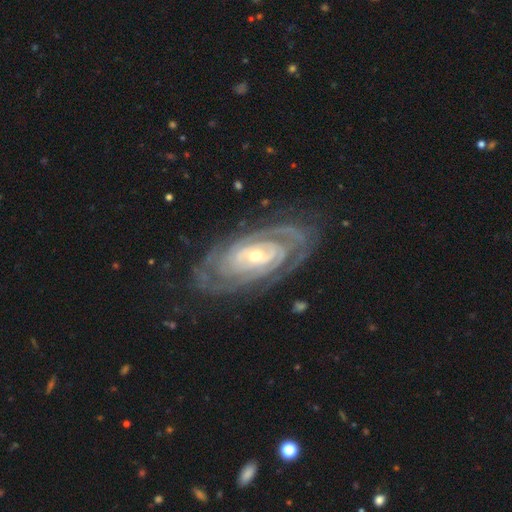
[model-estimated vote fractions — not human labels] Smooth or featured: featured or disk — 88% (smooth — 7%)
Edge-on disk: no — 94% (yes — 6%)
Bar: no — 60% (weak — 25%)
Spiral arms: yes — 93% (no — 7%)
Spiral winding: tight — 80% (medium — 16%)
Spiral arm count: can't tell — 34% (2 — 30%)
Bulge size: small — 58% (moderate — 38%)
Merging: none — 76% (minor disturbance — 15%)